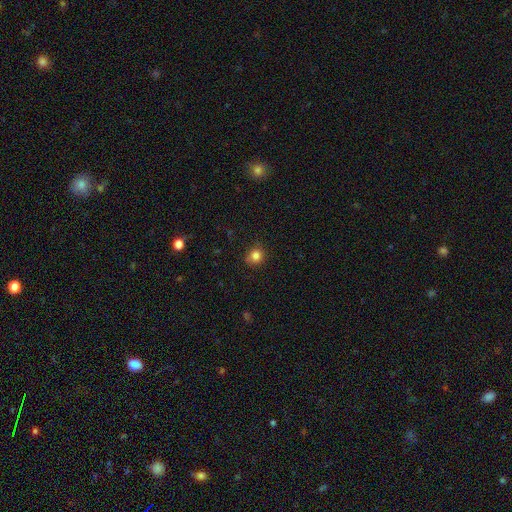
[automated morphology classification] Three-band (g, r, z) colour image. It shows a smooth galaxy with no disk features (83%) that is round (87%). Merging: none (84%).